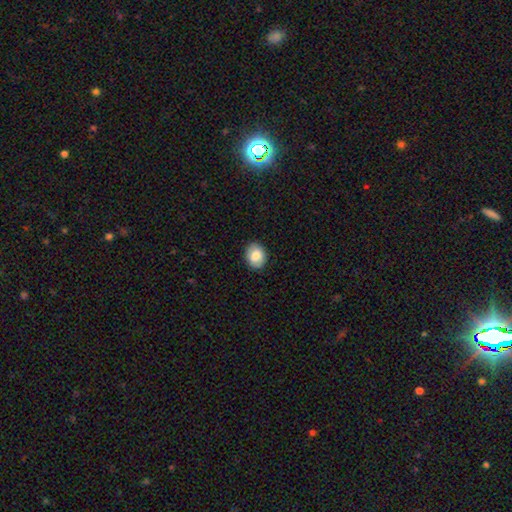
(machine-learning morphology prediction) This appears to be a smooth galaxy with no disk features (83%) that is in between round and cigar-shaped (55%). Merging: none (89%).